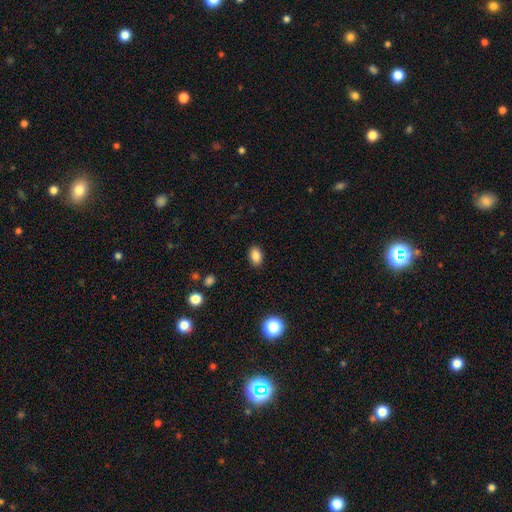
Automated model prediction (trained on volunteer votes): Smooth or featured?
  - smooth: 86% *
  - star or artifact: 10%
  - featured or disk: 4%
How rounded?
  - in between: 84% *
  - round: 15%
  - cigar-shaped: 1%
Merging?
  - none: 88% *
  - minor disturbance: 8%
  - major disturbance: 2%
  - merger: 1%